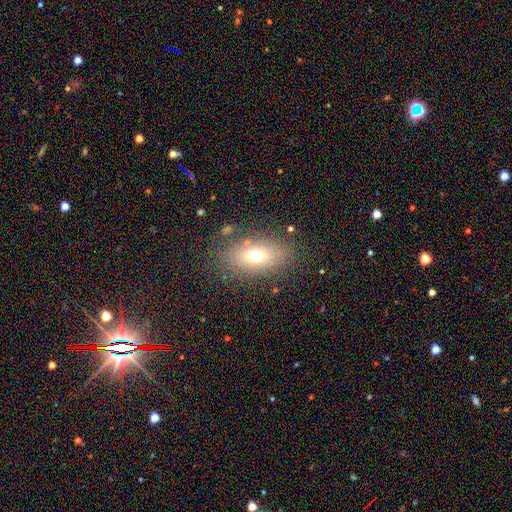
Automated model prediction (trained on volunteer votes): smooth-or-featured: smooth: 66% | featured or disk: 19% | star or artifact: 15%
  how-rounded: in between: 81% | round: 14% | cigar-shaped: 5%
  merging: none: 78% | minor disturbance: 12% | major disturbance: 7% | merger: 3%